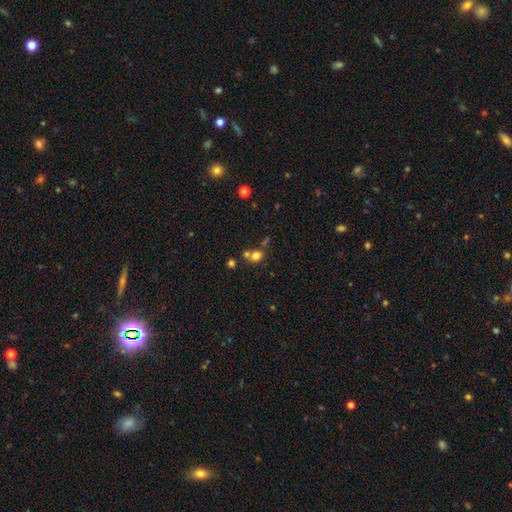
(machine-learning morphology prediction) Smooth or featured? Predicted: smooth (p=0.74). How rounded? Predicted: round (p=0.72). Merging? Predicted: none (p=0.48).